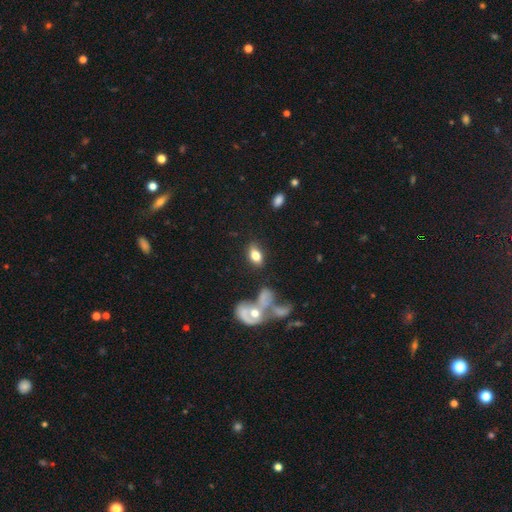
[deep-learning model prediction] This appears to be a smooth galaxy with no disk features (74%) that is in between round and cigar-shaped (87%). Merging: none (67%).